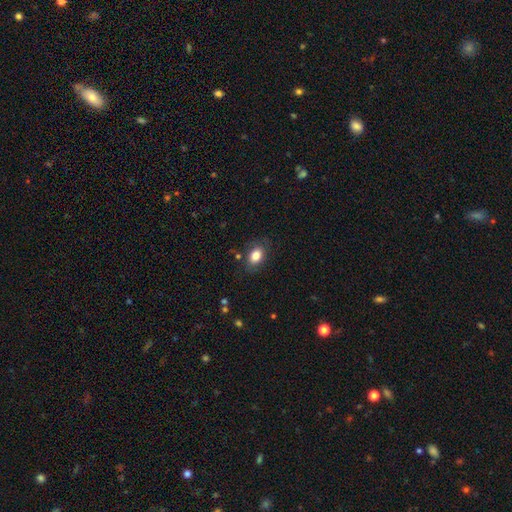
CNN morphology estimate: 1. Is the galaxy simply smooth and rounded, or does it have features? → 84% smooth, 8% featured or disk, 8% star or artifact.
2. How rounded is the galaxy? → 83% in between, 15% round, 1% cigar-shaped.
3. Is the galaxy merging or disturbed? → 81% none, 14% minor disturbance, 4% major disturbance, 2% merger.